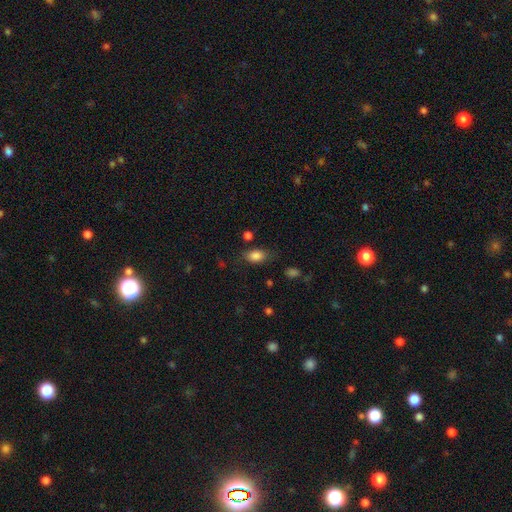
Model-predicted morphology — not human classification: Overall: smooth (85%). How rounded: in between (86%). Merging: none (71%).